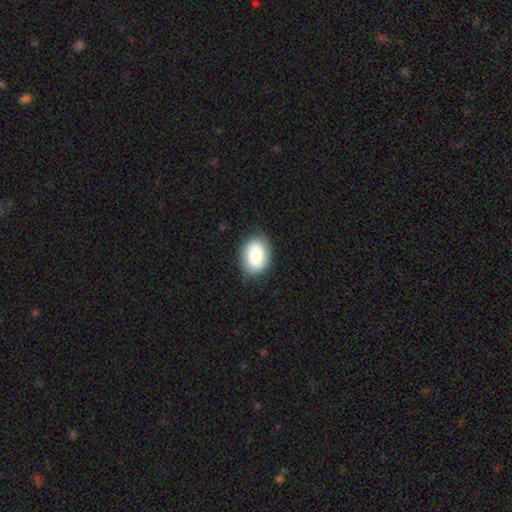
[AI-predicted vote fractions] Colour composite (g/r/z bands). It shows a smooth galaxy with no disk features (81%) that is in between round and cigar-shaped (74%). Merging: none (83%).